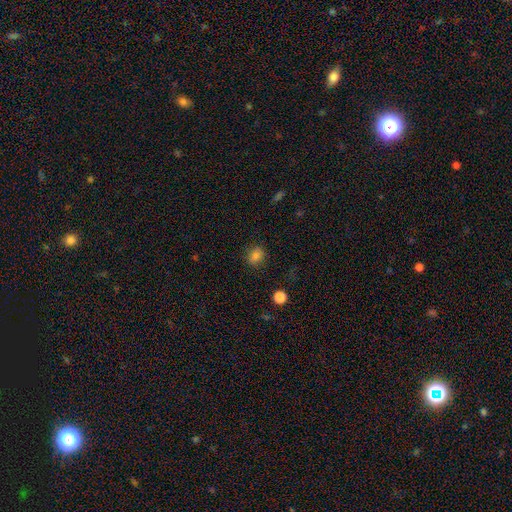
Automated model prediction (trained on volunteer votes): Smooth or featured: smooth — 82% (star or artifact — 13%)
How rounded: round — 61% (in between — 38%)
Merging: none — 85% (minor disturbance — 11%)